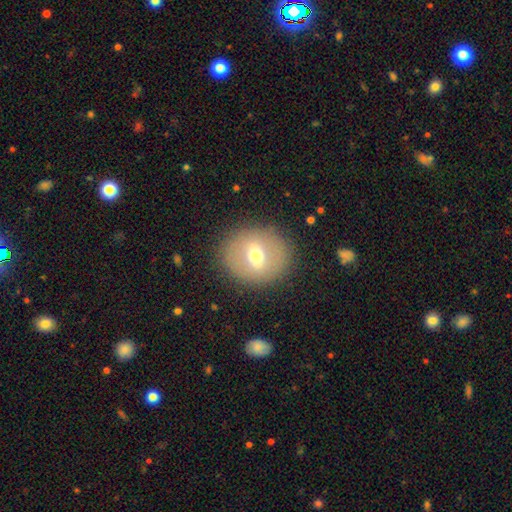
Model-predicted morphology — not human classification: The model was most divided on "smooth or featured": smooth: 51%, featured or disk: 39%, star or artifact: 9%. More confident: merging — none (86%); how rounded — round (75%).